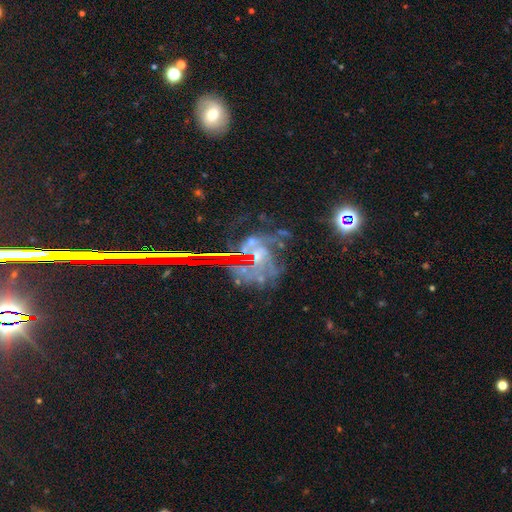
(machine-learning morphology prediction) Overall: featured or disk (63%; star or artifact 26%). Edge-on disk: no (96%). Bar: no (66%). Spiral arms: yes (75%). Bulge size: small (41%; moderate 28%). Merging: none (44%; major disturbance 30%).